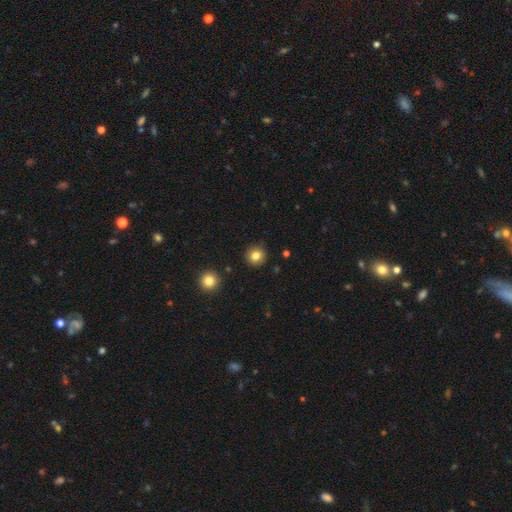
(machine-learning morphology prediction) type=smooth (82%); roundness=round (93%); merging=none (90%).